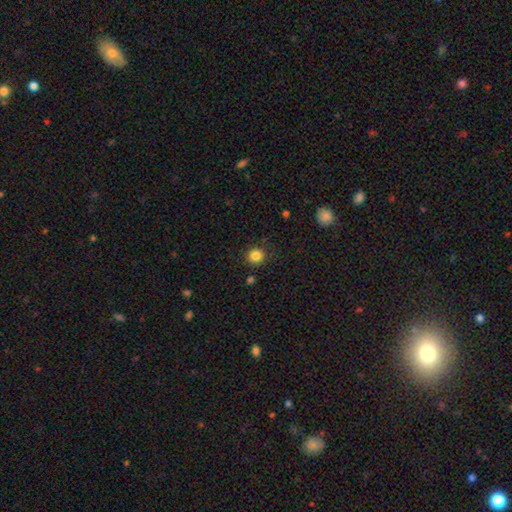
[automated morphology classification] type=smooth (84%); roundness=round (91%); merging=none (88%).